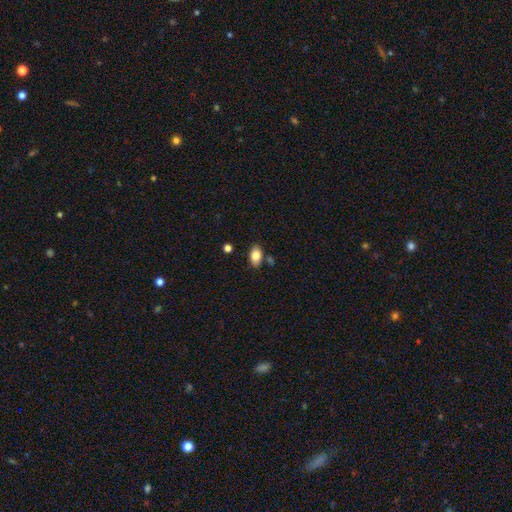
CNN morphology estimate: Smooth or featured: smooth — 84% (featured or disk — 8%)
How rounded: in between — 89% (round — 9%)
Merging: none — 80% (minor disturbance — 12%)